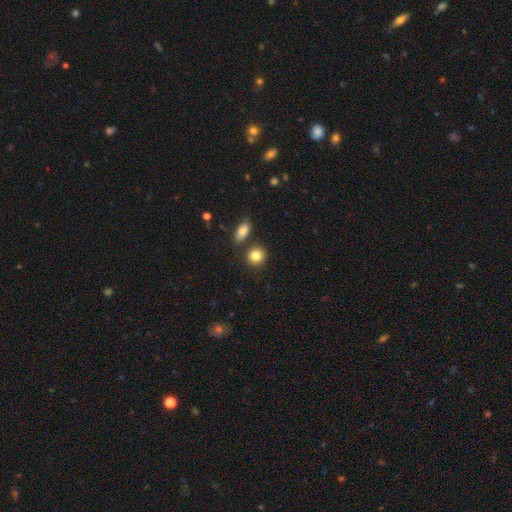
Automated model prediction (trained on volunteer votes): A smooth galaxy with no disk features (83%) that is round (79%).

Vote fractions:
- Smooth or featured? smooth: 83% / star or artifact: 9% / featured or disk: 8%
- How rounded? round: 79% / in between: 20% / cigar-shaped: 1%
- Merging? none: 76% / merger: 12% / minor disturbance: 9% / major disturbance: 3%